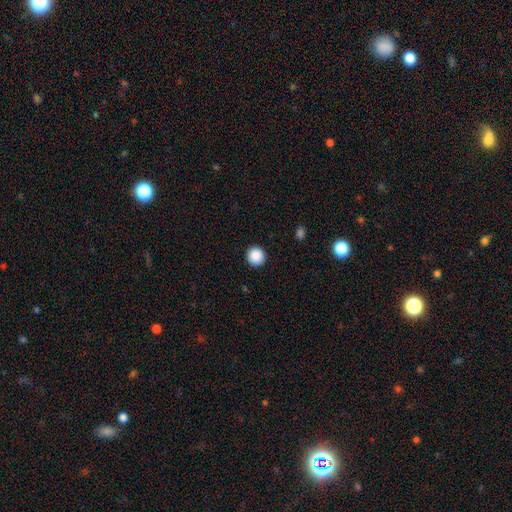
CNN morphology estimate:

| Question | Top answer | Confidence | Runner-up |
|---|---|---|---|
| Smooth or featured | smooth | 89% | star or artifact (9%) |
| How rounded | round | 94% | in between (5%) |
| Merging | none | 93% | minor disturbance (5%) |